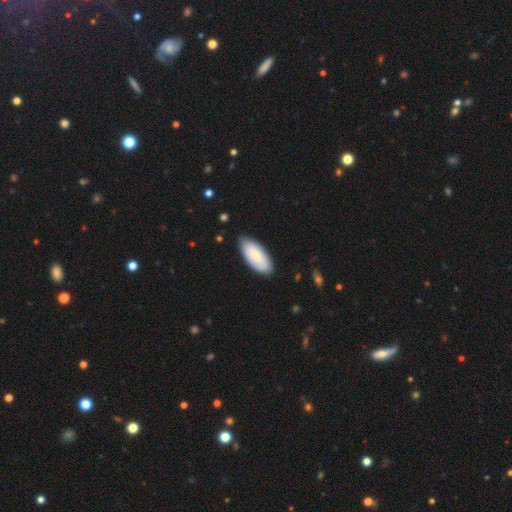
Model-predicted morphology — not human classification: type=smooth (74%); roundness=in between (92%); merging=none (80%).